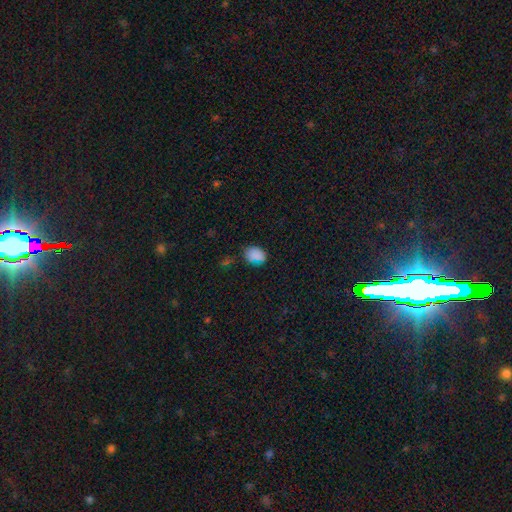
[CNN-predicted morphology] Overall: smooth (79%). How rounded: in between (68%; round 30%). Merging: none (66%).